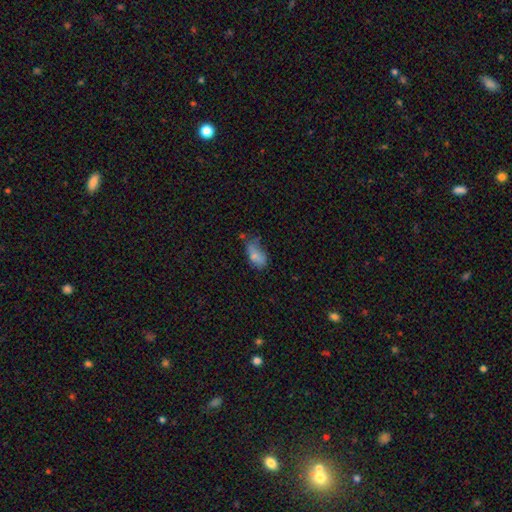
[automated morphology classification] smooth-or-featured: smooth: 75% | featured or disk: 15% | star or artifact: 10%
  how-rounded: in between: 90% | round: 6% | cigar-shaped: 4%
  merging: minor disturbance: 35% | none: 33% | major disturbance: 22% | merger: 10%